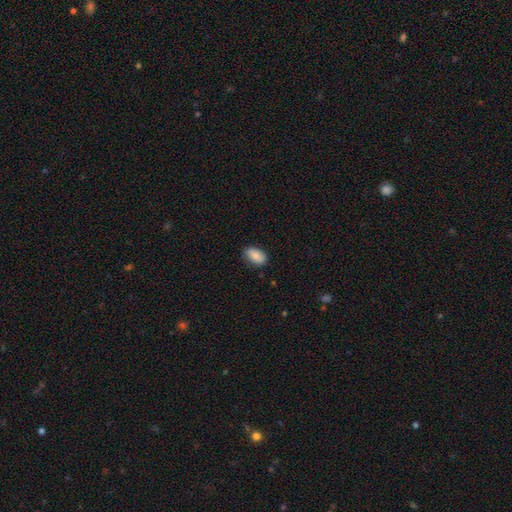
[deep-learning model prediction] This appears to be a smooth galaxy with no disk features (81%) that is in between round and cigar-shaped (91%). Merging: none (81%).